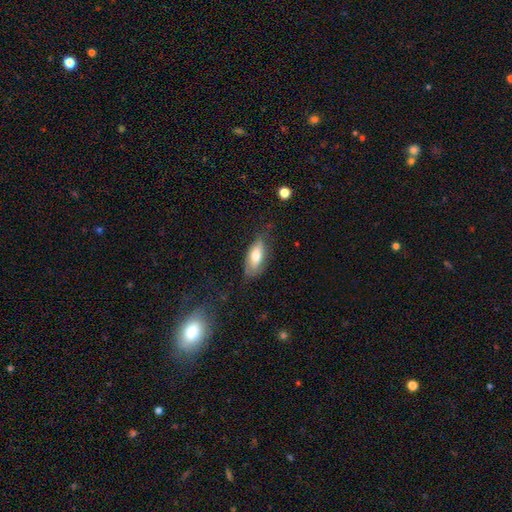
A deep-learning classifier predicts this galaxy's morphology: The model was most divided on "merging": none: 67%, minor disturbance: 25%, major disturbance: 7%, merger: 2%. More confident: how rounded — in between (82%); smooth or featured — smooth (70%).